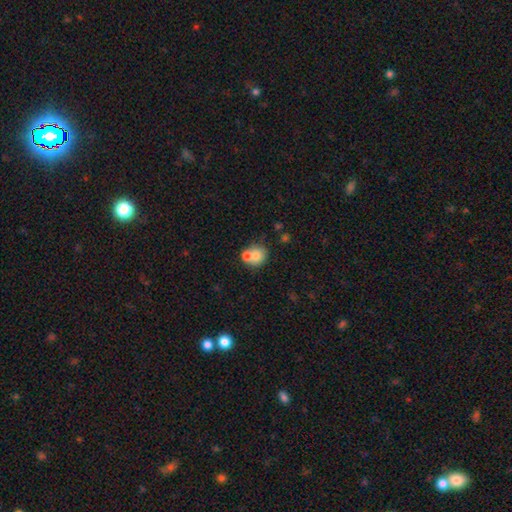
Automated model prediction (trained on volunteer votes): The model was most divided on "merging": none: 45%, merger: 42%, minor disturbance: 9%, major disturbance: 3%. More confident: how rounded — round (81%); smooth or featured — smooth (74%).